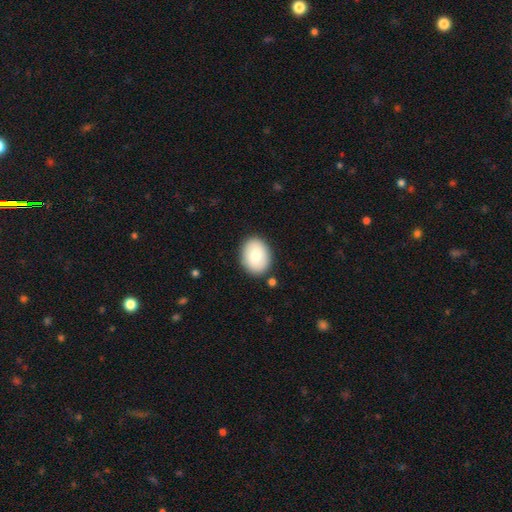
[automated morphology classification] Overall: smooth (80%). How rounded: in between (70%). Merging: none (86%).